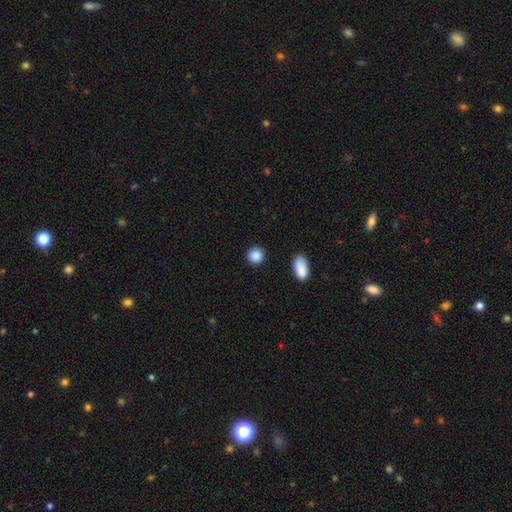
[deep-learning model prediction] Smooth or featured? Predicted: smooth (p=0.89). How rounded? Predicted: round (p=0.89). Merging? Predicted: none (p=0.90).